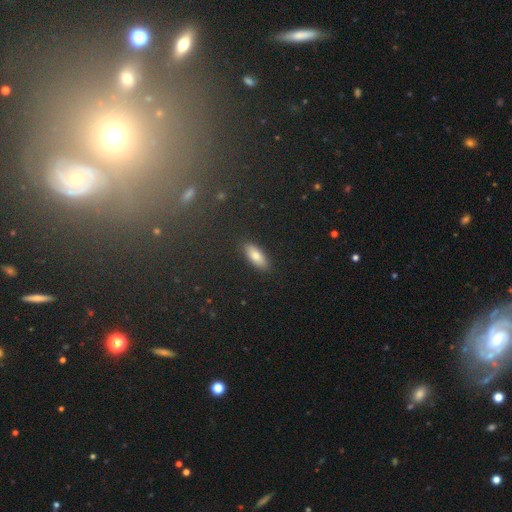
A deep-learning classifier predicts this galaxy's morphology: Smooth or featured?
  - smooth: 81% *
  - featured or disk: 10%
  - star or artifact: 8%
How rounded?
  - in between: 78% *
  - cigar-shaped: 19%
  - round: 3%
Merging?
  - none: 88% *
  - minor disturbance: 8%
  - major disturbance: 2%
  - merger: 1%